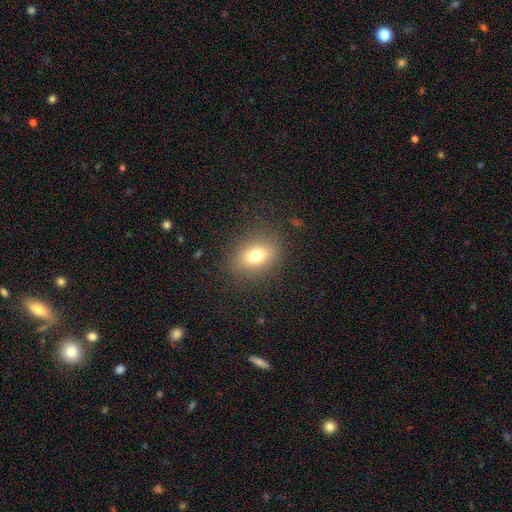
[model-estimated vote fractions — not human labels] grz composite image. It shows a smooth galaxy with no disk features (74%) that is in between round and cigar-shaped (64%). Merging: none (85%).